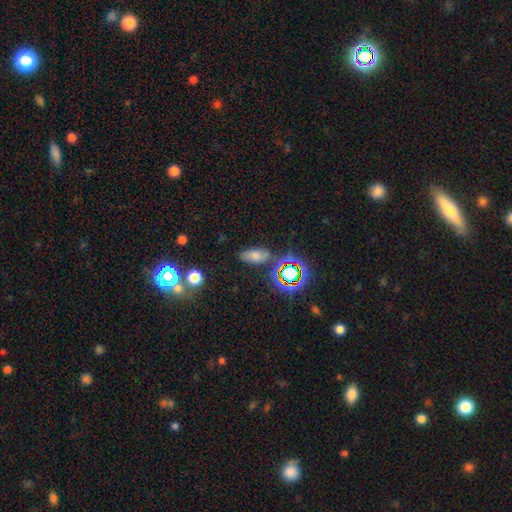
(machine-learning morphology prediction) Q: Smooth or featured?
A: smooth (66%); runner-up: star or artifact (22%)
Q: How rounded?
A: in between (87%); runner-up: cigar-shaped (7%)
Q: Merging?
A: none (74%); runner-up: minor disturbance (15%)